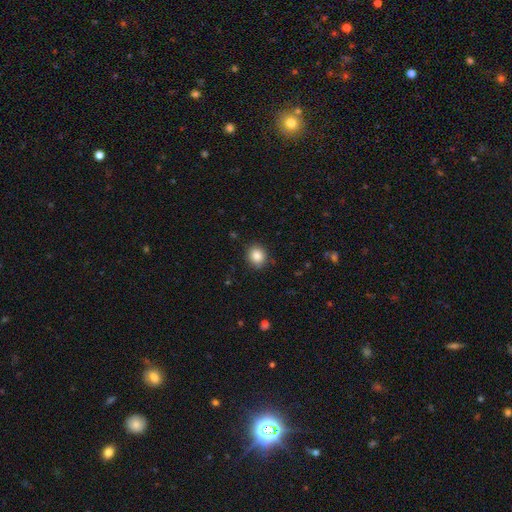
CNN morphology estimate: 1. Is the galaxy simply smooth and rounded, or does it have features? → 86% smooth, 9% star or artifact, 4% featured or disk.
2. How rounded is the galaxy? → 79% round, 20% in between, 1% cigar-shaped.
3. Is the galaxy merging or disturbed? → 88% none, 8% minor disturbance, 2% major disturbance, 1% merger.